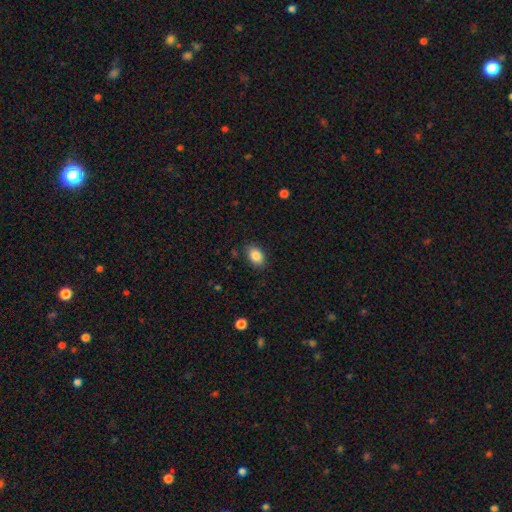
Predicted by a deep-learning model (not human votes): A smooth galaxy with no disk features (87%) that is in between round and cigar-shaped (85%).

Vote fractions:
- Smooth or featured? smooth: 87% / star or artifact: 8% / featured or disk: 5%
- How rounded? in between: 85% / round: 14% / cigar-shaped: 1%
- Merging? none: 86% / minor disturbance: 10% / major disturbance: 3% / merger: 1%